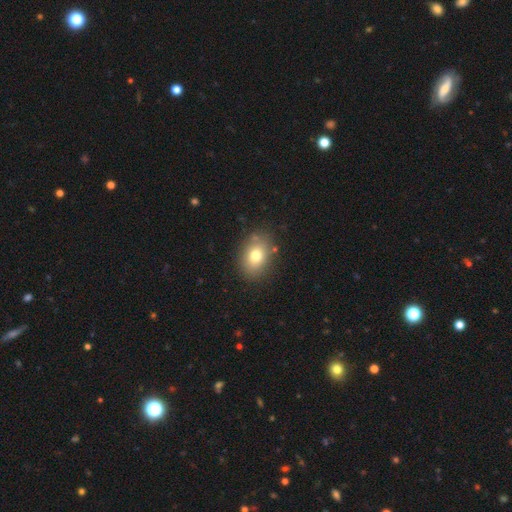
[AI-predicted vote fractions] A smooth galaxy with no disk features (76%) that is in between round and cigar-shaped (73%). Merging: none (81%).